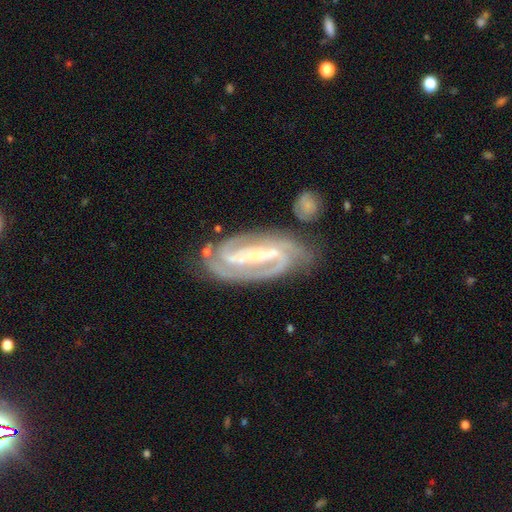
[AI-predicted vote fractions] This is clearly a featured or disk galaxy (90%). It is clearly not viewed edge-on (95%). Bar: likely strong (67%). Spiral arm pattern: clearly yes (98%). Spiral arm count: likely 2 (76%). Spiral winding: possibly tight (55%). Central bulge: possibly small (55%). Merging: likely none (72%).